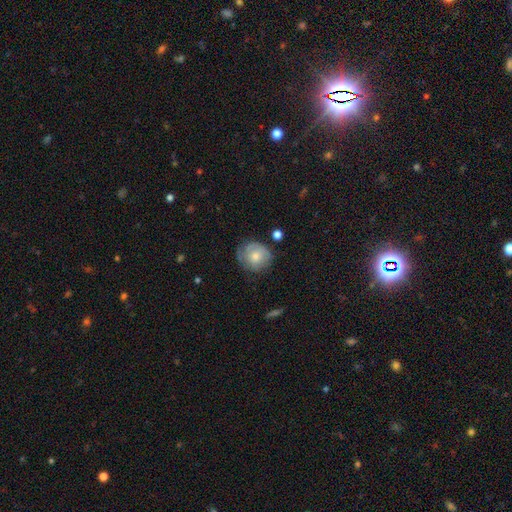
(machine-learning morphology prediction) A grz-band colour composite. It shows a smooth galaxy with no disk features (64%) that is round (84%). Merging: none (65%).